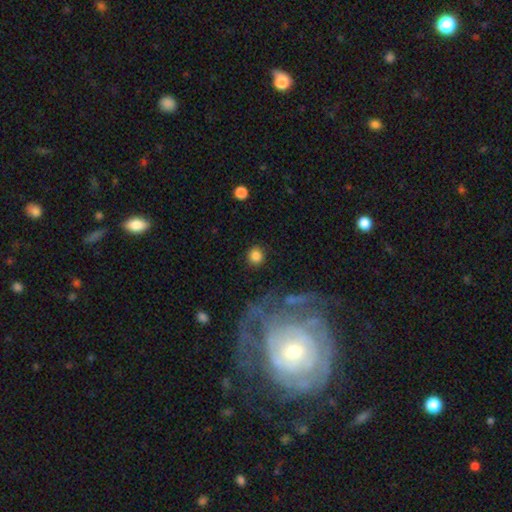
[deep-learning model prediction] A smooth galaxy with no disk features (84%) that is round (92%). Merging: none (88%).